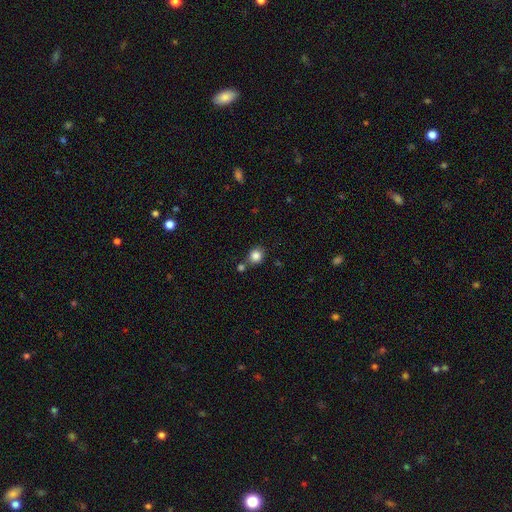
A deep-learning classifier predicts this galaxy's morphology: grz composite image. It shows a smooth galaxy with no disk features (84%) that is round (80%). Merging: none (71%).